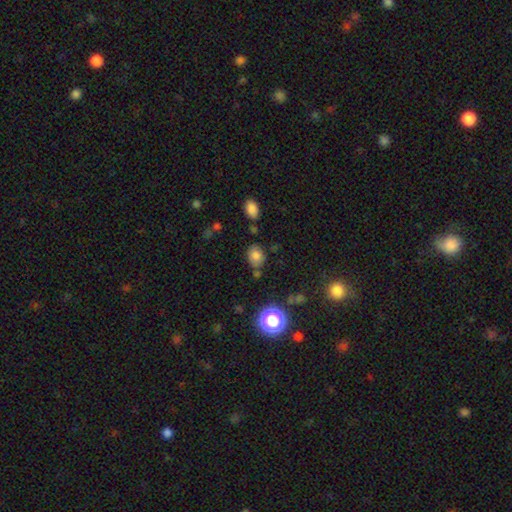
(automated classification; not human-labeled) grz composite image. It shows a smooth galaxy with no disk features (77%) that is in between round and cigar-shaped (57%). Merging: none (70%).